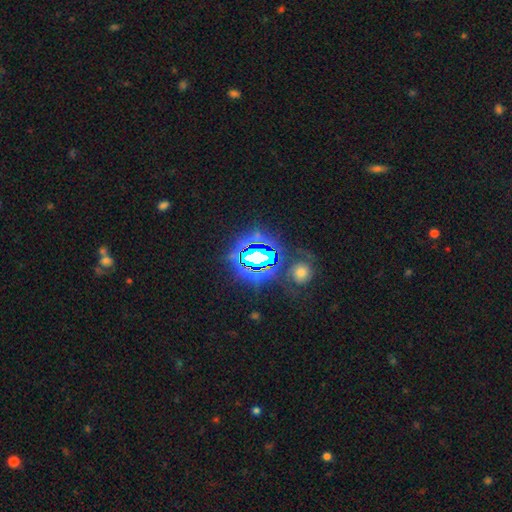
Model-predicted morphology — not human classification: Smooth or featured? star or artifact (75%)